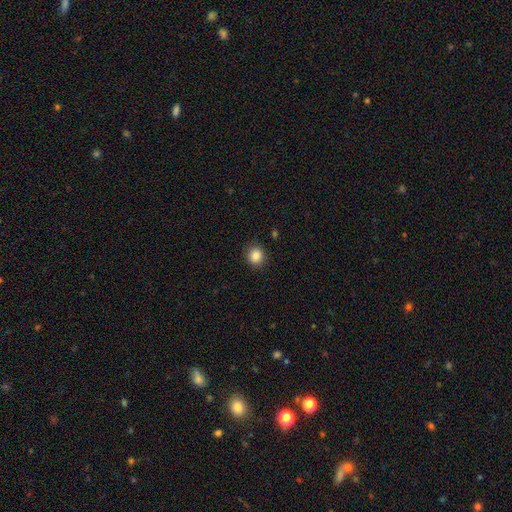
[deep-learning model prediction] Smooth or featured?
  - smooth: 85% *
  - star or artifact: 10%
  - featured or disk: 4%
How rounded?
  - round: 84% *
  - in between: 15%
  - cigar-shaped: 1%
Merging?
  - none: 89% *
  - minor disturbance: 7%
  - major disturbance: 2%
  - merger: 1%